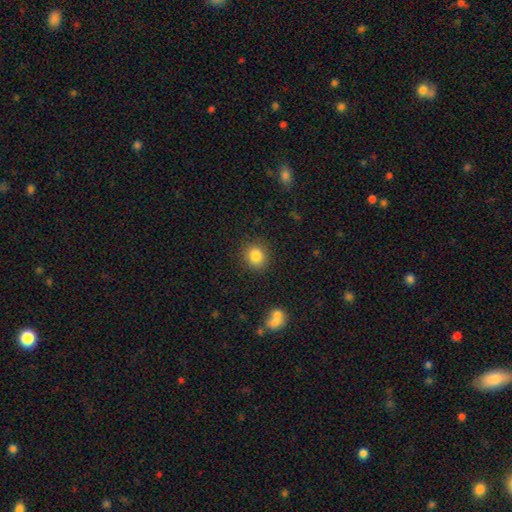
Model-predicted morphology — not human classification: This is clearly a smooth galaxy (83%). How rounded: clearly round (80%). Merging: clearly none (88%).